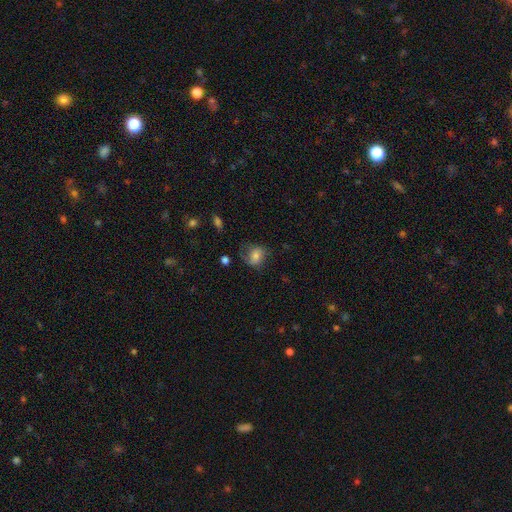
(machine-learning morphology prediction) Q: Smooth or featured?
A: smooth (67%); runner-up: featured or disk (22%)
Q: How rounded?
A: round (57%); runner-up: in between (42%)
Q: Merging?
A: none (53%); runner-up: minor disturbance (28%)